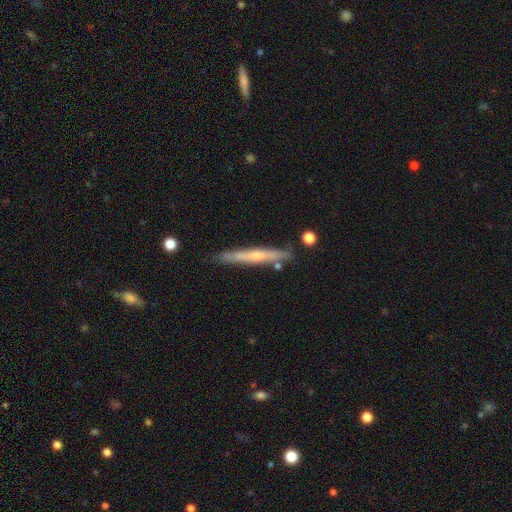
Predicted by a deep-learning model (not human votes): smooth_or_featured: featured or disk (p=0.58) [alt: smooth p=0.36]
disk_edge_on: yes (p=0.95) [alt: no p=0.05]
edge_on_bulge: rounded (p=0.57) [alt: none p=0.38]
merging: none (p=0.82) [alt: minor disturbance p=0.12]